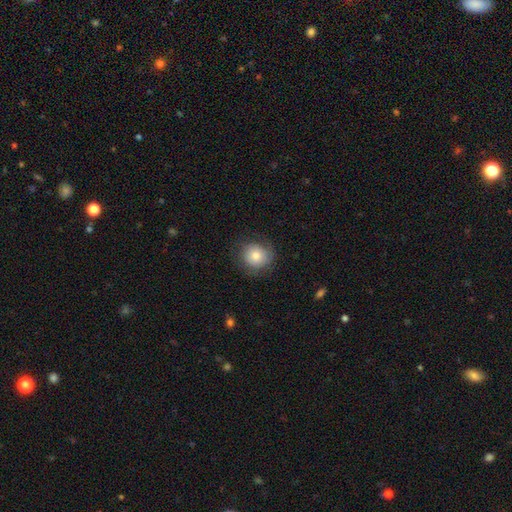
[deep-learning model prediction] Smooth or featured? Predicted: smooth (p=0.78). How rounded? Predicted: round (p=0.88). Merging? Predicted: none (p=0.79).